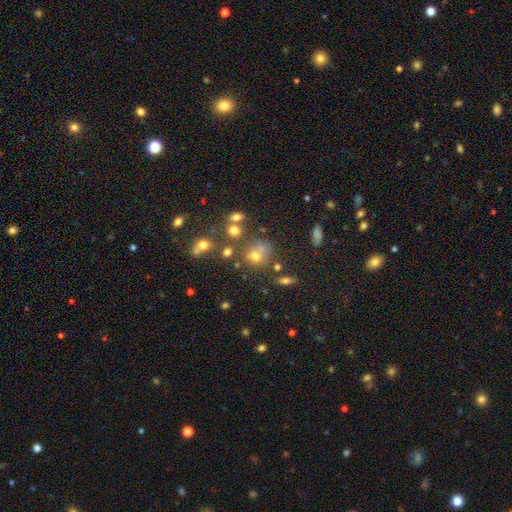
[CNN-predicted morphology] A smooth galaxy with no disk features (62%) that is round (74%). Merging: none (49%).